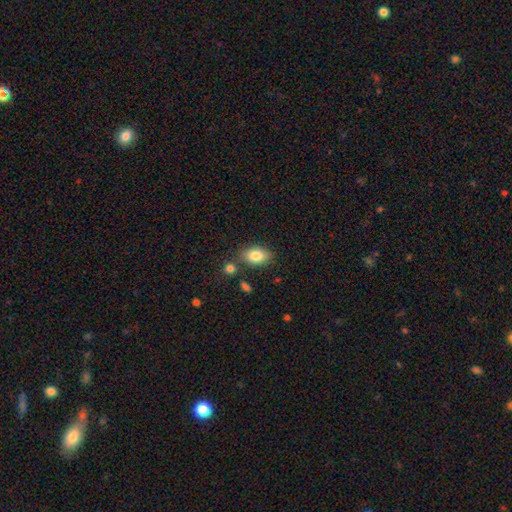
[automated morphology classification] A smooth galaxy with no disk features (84%) that is in between round and cigar-shaped (87%).

Vote fractions:
- Smooth or featured? smooth: 84% / featured or disk: 8% / star or artifact: 8%
- How rounded? in between: 87% / round: 11% / cigar-shaped: 2%
- Merging? none: 74% / minor disturbance: 13% / merger: 9% / major disturbance: 3%